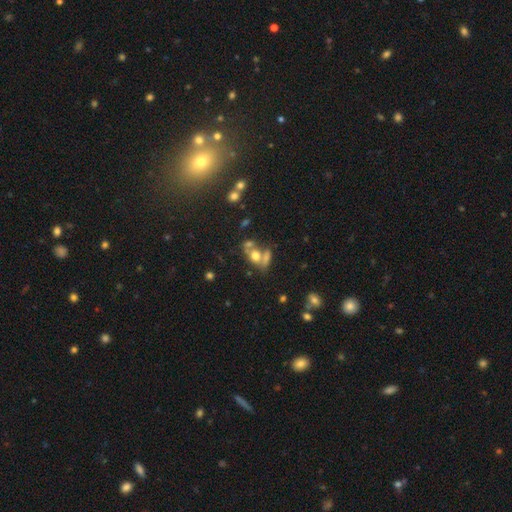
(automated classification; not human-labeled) smooth_or_featured: smooth (p=0.55) [alt: featured or disk p=0.30]
how_rounded: in between (p=0.61) [alt: round p=0.33]
merging: merger (p=0.44) [alt: none p=0.34]